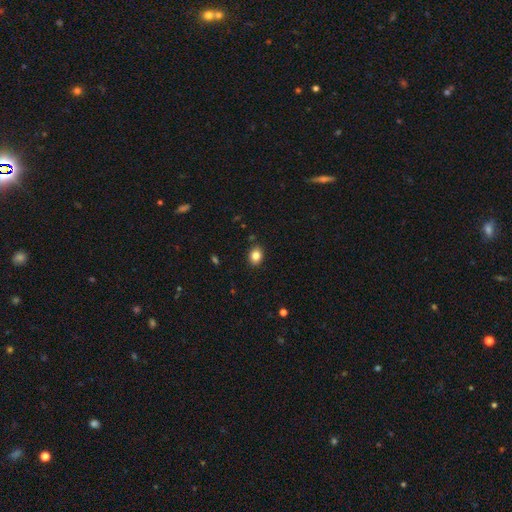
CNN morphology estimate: The model was most divided on "how rounded": in between: 56%, round: 43%, cigar-shaped: 1%. More confident: merging — none (88%); smooth or featured — smooth (84%).